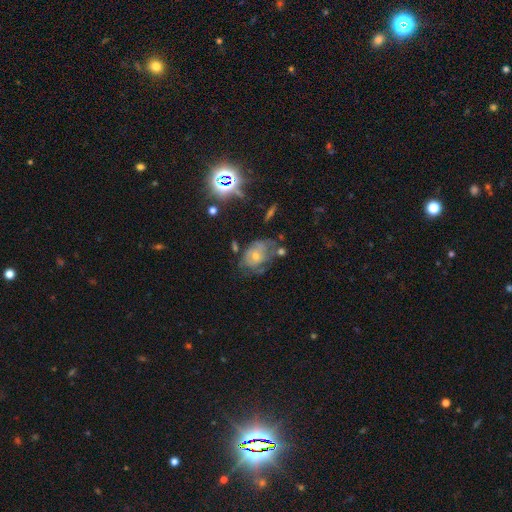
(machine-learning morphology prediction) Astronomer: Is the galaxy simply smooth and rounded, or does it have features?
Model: featured or disk — 48% (runner-up: smooth, 28%).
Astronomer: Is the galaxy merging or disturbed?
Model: none — 44% (runner-up: minor disturbance, 28%).